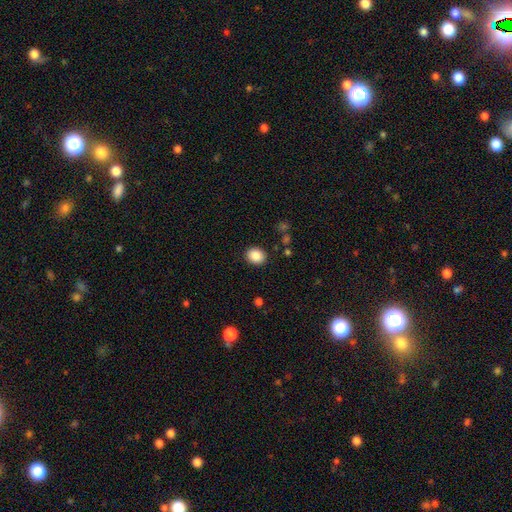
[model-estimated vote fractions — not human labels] Smooth or featured: smooth — 87% (star or artifact — 9%)
How rounded: round — 65% (in between — 34%)
Merging: none — 90% (minor disturbance — 7%)